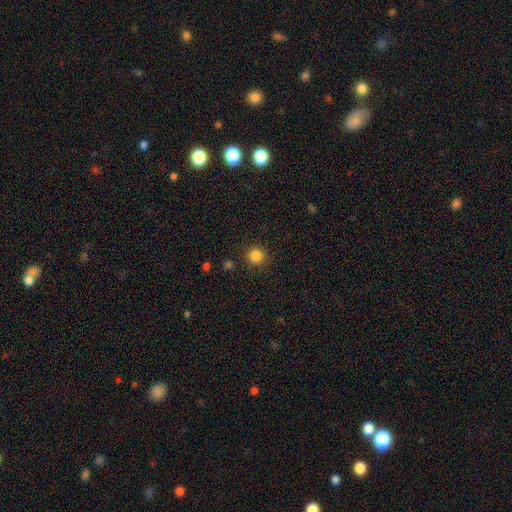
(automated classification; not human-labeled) Smooth or featured? smooth (85%)
How rounded? round (94%)
Merging? none (90%)